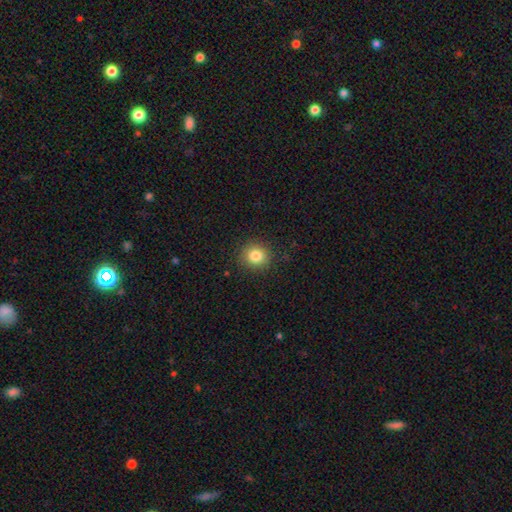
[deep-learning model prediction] smooth-or-featured: smooth: 83% | star or artifact: 11% | featured or disk: 6%
  how-rounded: round: 88% | in between: 11% | cigar-shaped: 1%
  merging: none: 90% | minor disturbance: 7% | major disturbance: 2% | merger: 1%